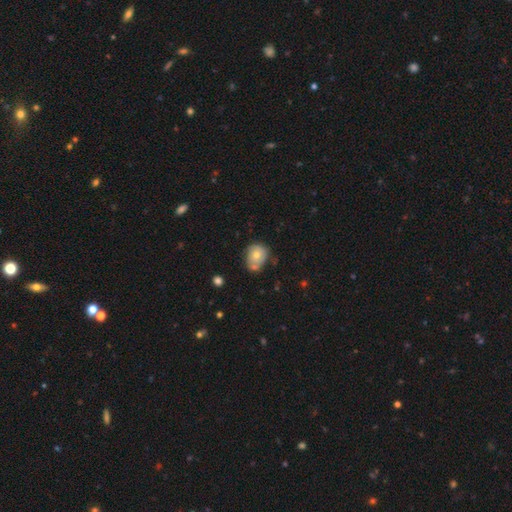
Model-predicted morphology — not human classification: This appears to be a smooth galaxy with no disk features (63%) that is round (67%). Merging: none (58%).